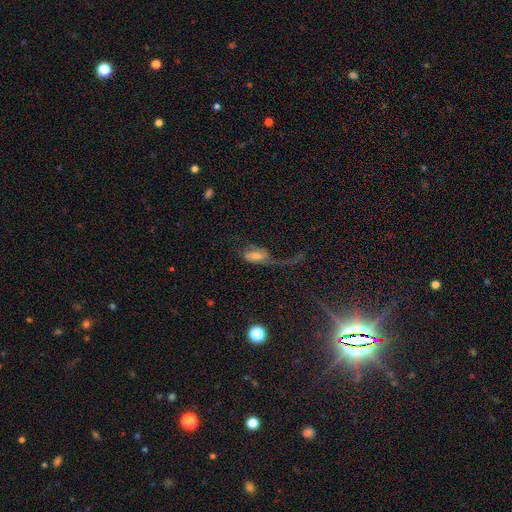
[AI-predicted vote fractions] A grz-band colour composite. It shows a featured or disk galaxy (57%) with no bar (46%), spiral arms (75%) and a moderate central bulge (45%). Merging: major disturbance (52%).